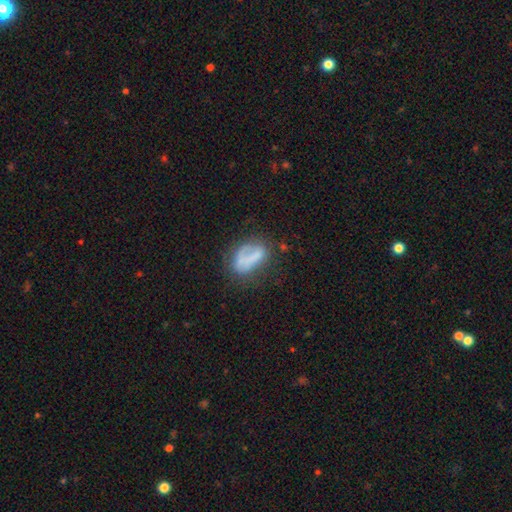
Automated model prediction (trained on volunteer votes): smooth 59%, featured or disk 30%, star or artifact 11%. Down the decision tree: how rounded — in between (81%); merging — none (38%).